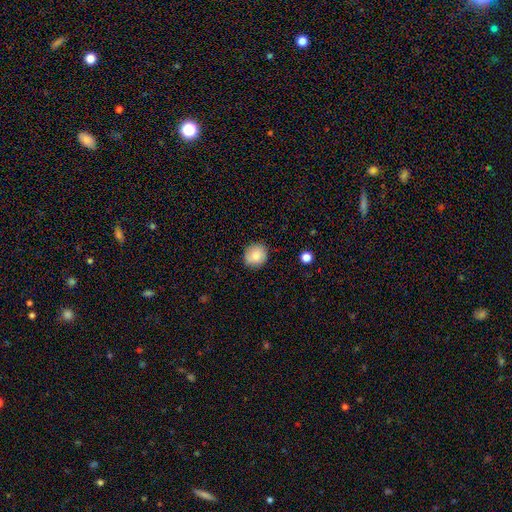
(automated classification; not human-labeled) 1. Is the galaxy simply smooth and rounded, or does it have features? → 84% smooth, 8% star or artifact, 8% featured or disk.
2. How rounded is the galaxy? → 85% round, 14% in between, 1% cigar-shaped.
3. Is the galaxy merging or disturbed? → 87% none, 9% minor disturbance, 2% major disturbance, 1% merger.